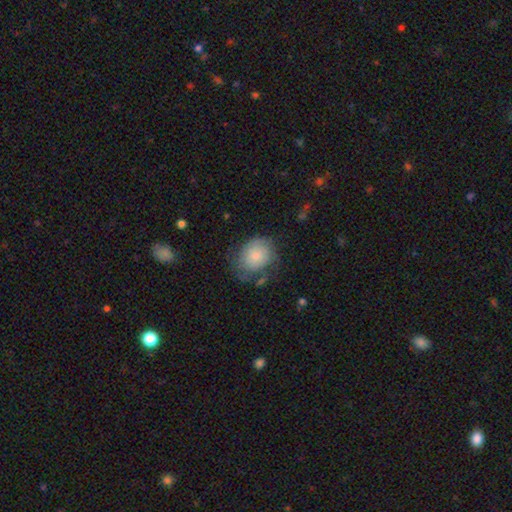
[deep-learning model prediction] Overall: smooth (69%). How rounded: round (56%; in between 43%). Merging: none (52%; minor disturbance 28%).